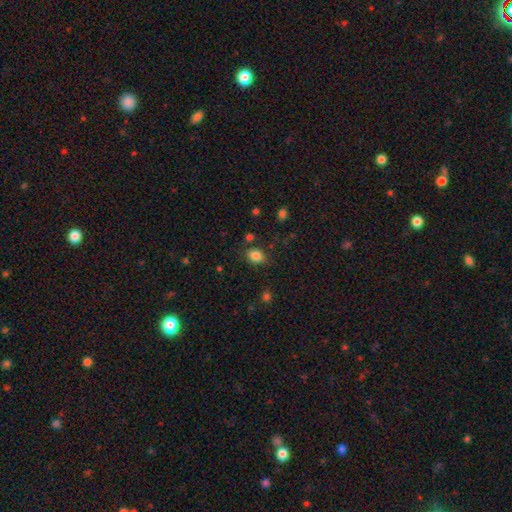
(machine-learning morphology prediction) Smooth or featured: smooth — 83% (star or artifact — 11%)
How rounded: in between — 59% (round — 40%)
Merging: none — 76% (minor disturbance — 16%)